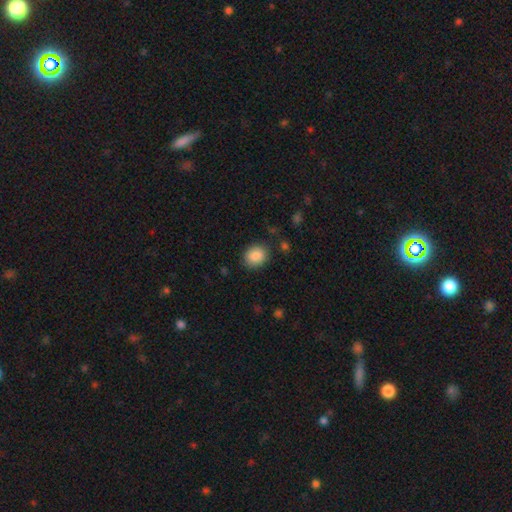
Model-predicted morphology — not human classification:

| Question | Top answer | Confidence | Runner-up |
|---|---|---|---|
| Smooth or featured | smooth | 88% | star or artifact (8%) |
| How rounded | round | 58% | in between (41%) |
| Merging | none | 85% | minor disturbance (10%) |